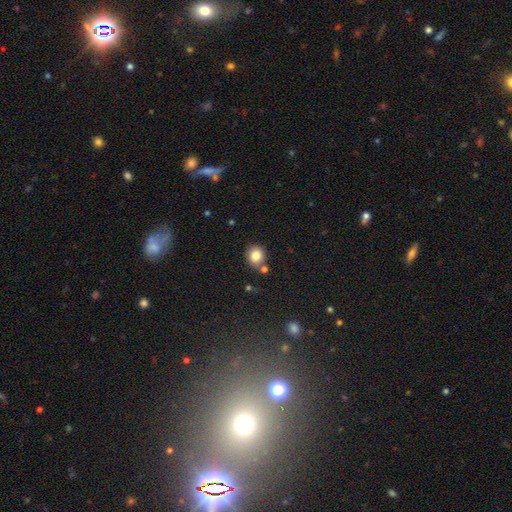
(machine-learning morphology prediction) smooth 82%, star or artifact 11%, featured or disk 8%. Down the decision tree: how rounded — round (80%); merging — none (71%).